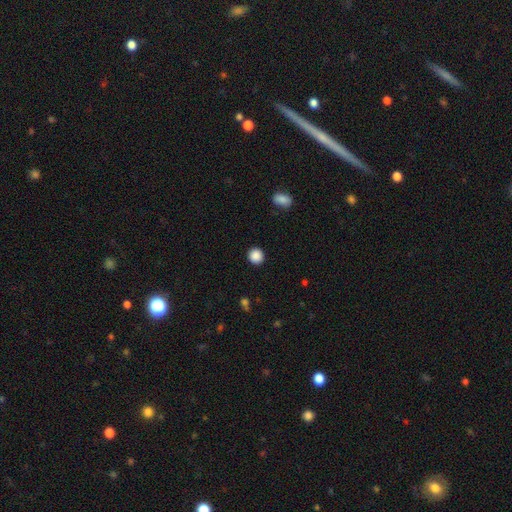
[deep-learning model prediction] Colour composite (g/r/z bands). It shows a smooth galaxy with no disk features (88%) that is round (89%). Merging: none (91%).